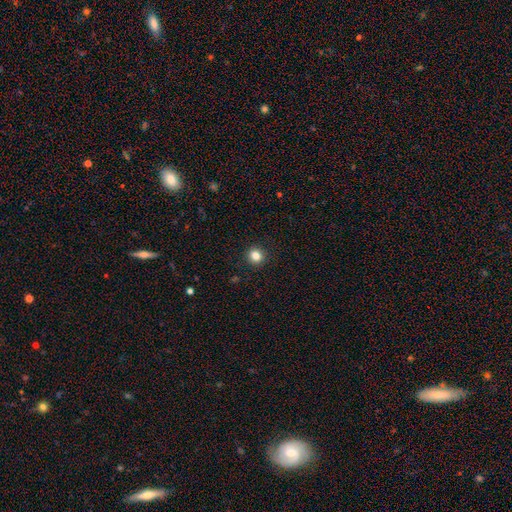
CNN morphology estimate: This is clearly a smooth galaxy (84%). How rounded: clearly round (91%). Merging: clearly none (92%).